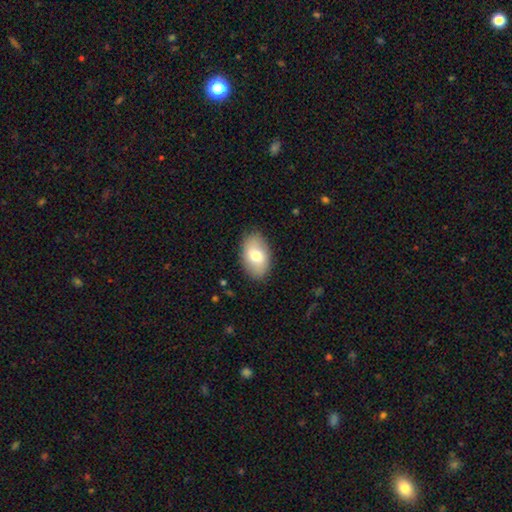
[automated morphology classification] Smooth or featured?
  - smooth: 72% *
  - featured or disk: 21%
  - star or artifact: 6%
How rounded?
  - in between: 91% *
  - round: 8%
  - cigar-shaped: 1%
Merging?
  - none: 85% *
  - minor disturbance: 11%
  - major disturbance: 3%
  - merger: 1%